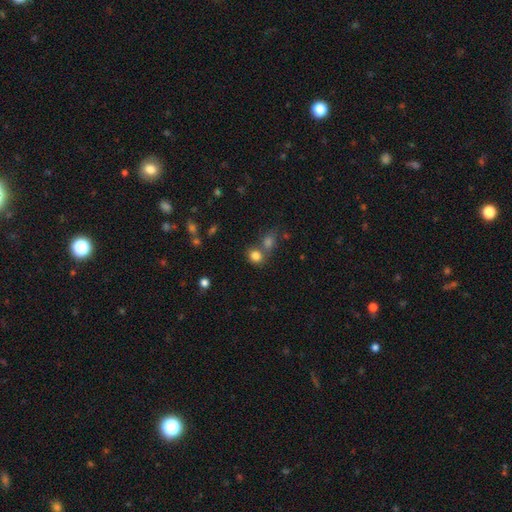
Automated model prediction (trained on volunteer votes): The model was most divided on "merging": none: 55%, merger: 33%, minor disturbance: 9%, major disturbance: 3%. More confident: smooth or featured — smooth (80%); how rounded — round (73%).